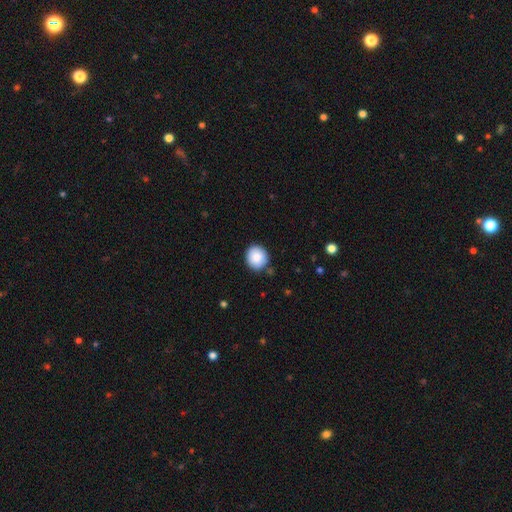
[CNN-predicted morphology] This appears to be a smooth galaxy with no disk features (86%) that is round (84%). Merging: none (86%).